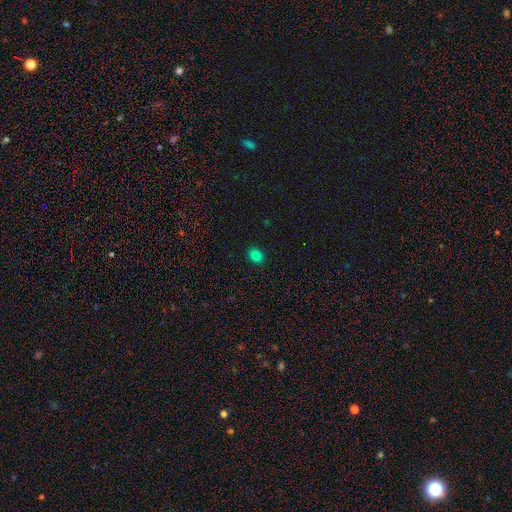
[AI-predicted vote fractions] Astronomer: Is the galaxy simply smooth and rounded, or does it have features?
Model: smooth — 82%.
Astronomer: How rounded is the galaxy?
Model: round — 51% (runner-up: in between, 48%).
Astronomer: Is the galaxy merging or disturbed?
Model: none — 90%.